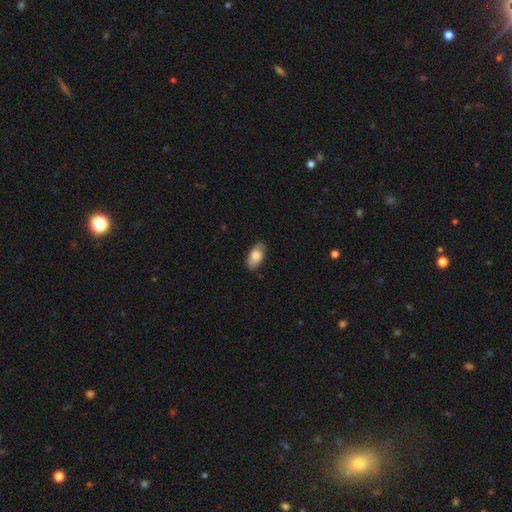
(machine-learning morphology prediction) A smooth galaxy with no disk features (79%) that is in between round and cigar-shaped (93%).

Vote fractions:
- Smooth or featured? smooth: 79% / featured or disk: 15% / star or artifact: 6%
- How rounded? in between: 93% / round: 3% / cigar-shaped: 3%
- Merging? none: 83% / minor disturbance: 13% / major disturbance: 2% / merger: 1%